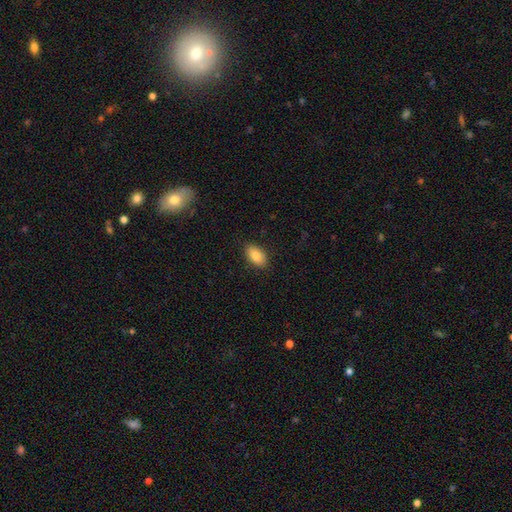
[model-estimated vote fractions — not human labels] Smooth or featured? Predicted: smooth (p=0.85). How rounded? Predicted: in between (p=0.92). Merging? Predicted: none (p=0.87).